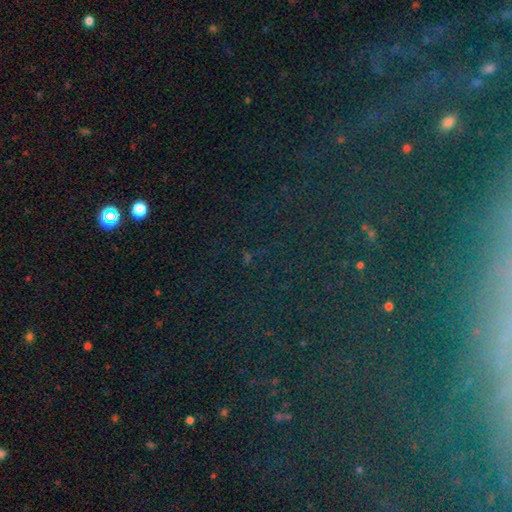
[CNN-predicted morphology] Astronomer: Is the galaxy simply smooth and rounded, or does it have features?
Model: star or artifact — 80%.